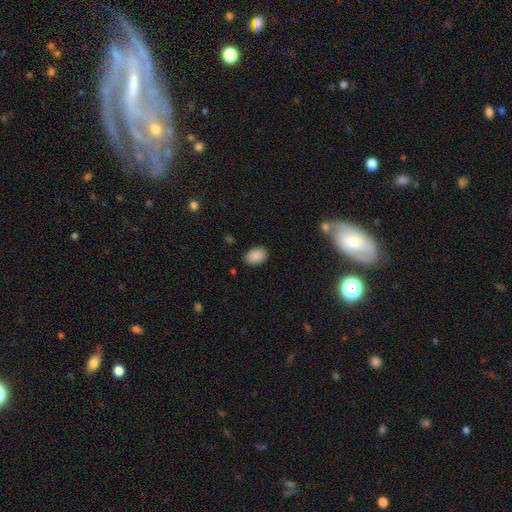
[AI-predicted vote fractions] A smooth galaxy with no disk features (88%) that is in between round and cigar-shaped (85%). Merging: none (86%).